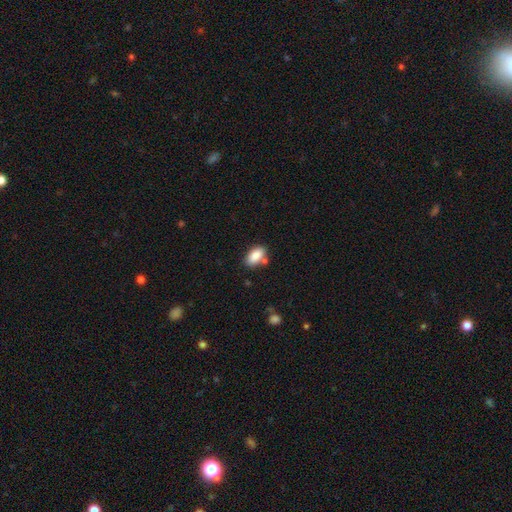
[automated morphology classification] Smooth or featured? Predicted: smooth (p=0.86). How rounded? Predicted: in between (p=0.92). Merging? Predicted: none (p=0.72).